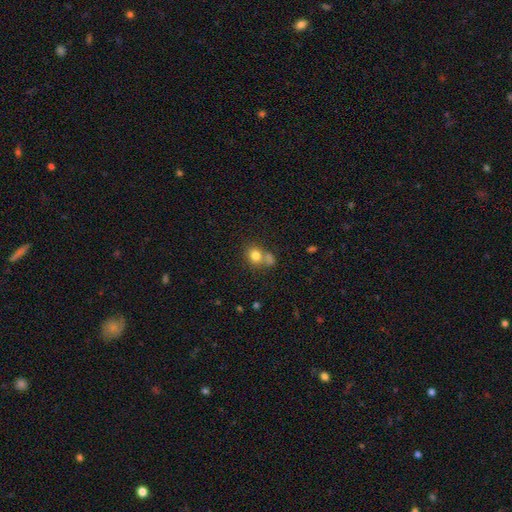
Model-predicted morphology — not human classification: smooth-or-featured: smooth: 79% | star or artifact: 12% | featured or disk: 10%
  how-rounded: round: 68% | in between: 31% | cigar-shaped: 1%
  merging: none: 48% | merger: 35% | minor disturbance: 12% | major disturbance: 5%